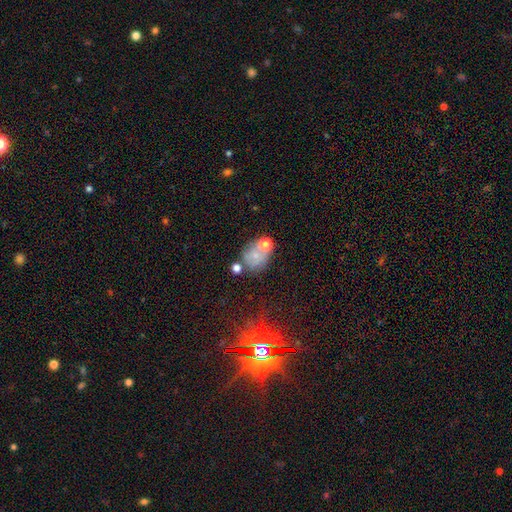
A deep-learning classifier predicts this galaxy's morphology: Smooth or featured: smooth — 62% (featured or disk — 25%)
How rounded: round — 54% (in between — 44%)
Merging: none — 43% (merger — 28%)